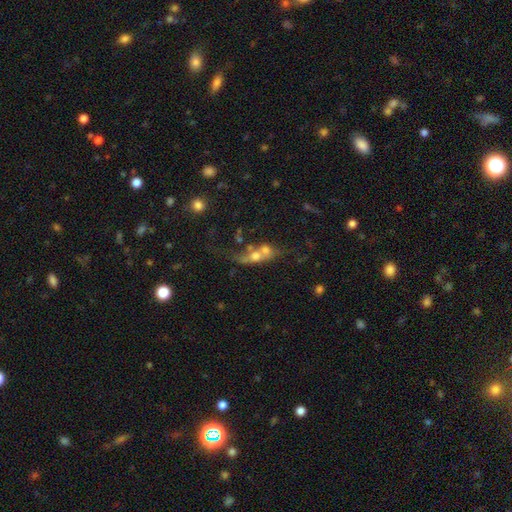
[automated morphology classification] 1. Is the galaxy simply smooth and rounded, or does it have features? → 42% smooth, 40% featured or disk, 18% star or artifact.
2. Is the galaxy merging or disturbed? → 56% merger, 21% none, 13% major disturbance, 9% minor disturbance.